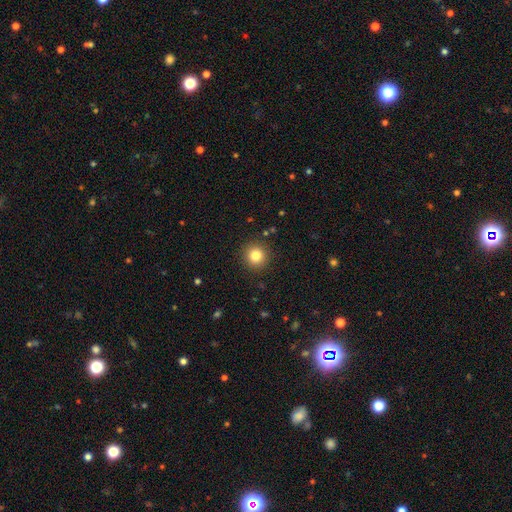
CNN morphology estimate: A smooth galaxy with no disk features (82%) that is round (94%). Merging: none (91%).